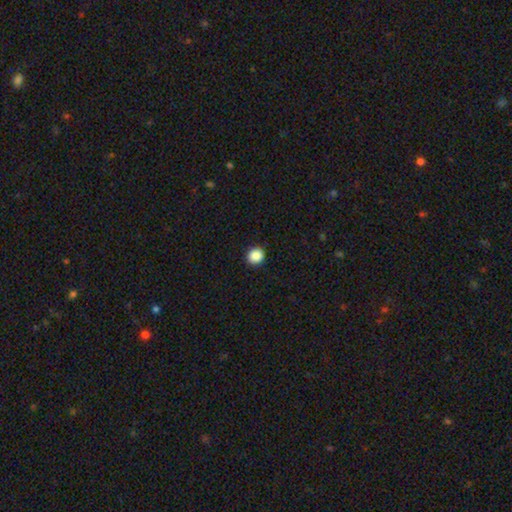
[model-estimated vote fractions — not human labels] Q: Smooth or featured?
A: smooth (88%); runner-up: star or artifact (9%)
Q: How rounded?
A: round (87%); runner-up: in between (12%)
Q: Merging?
A: none (92%); runner-up: minor disturbance (5%)